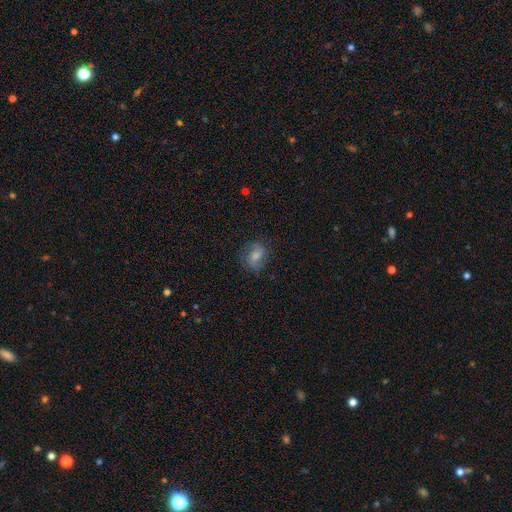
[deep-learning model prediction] This is marginally a smooth galaxy (44%). Merging: likely none (77%).